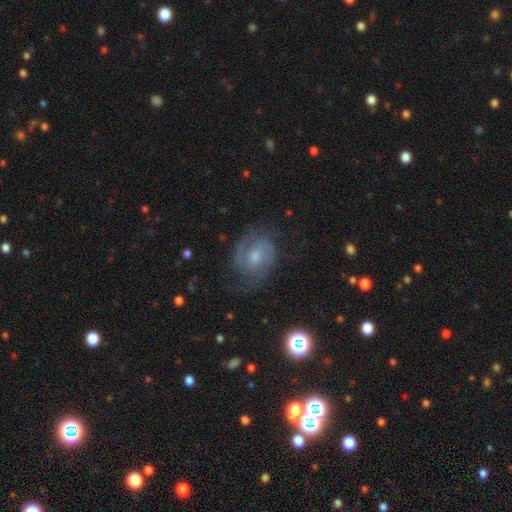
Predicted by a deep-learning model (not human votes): A featured or disk galaxy (77%) with no bar (49%), 2 (74%) medium (46%) spiral arms (93%) and a moderate central bulge (49%). Merging: none (69%).